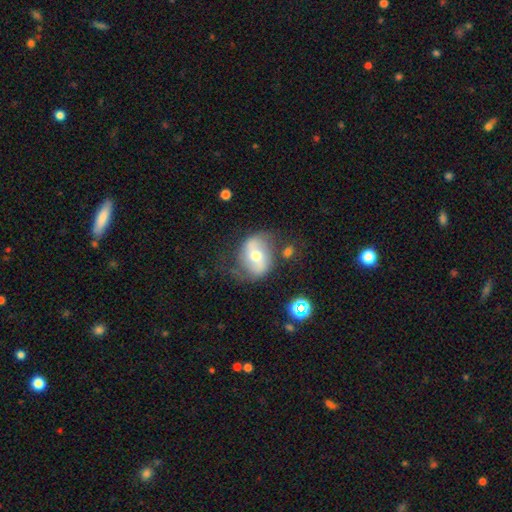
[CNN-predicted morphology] Overall: featured or disk (59%; smooth 32%). Edge-on disk: no (95%). Bar: weak (36%; no 35%). Spiral arms: yes (73%). Bulge size: moderate (64%; small 28%). Merging: none (58%; minor disturbance 23%).